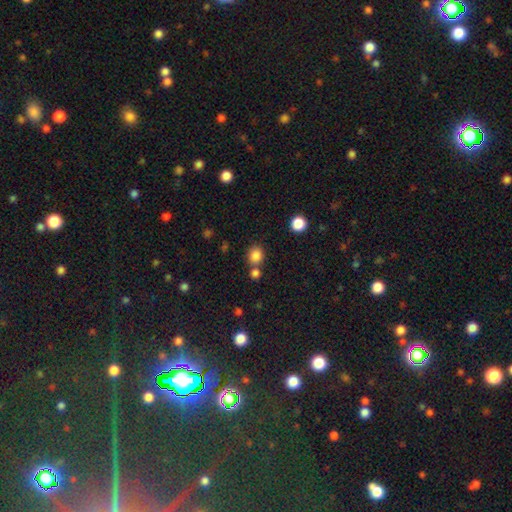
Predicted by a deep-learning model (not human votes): Smooth or featured?
  - smooth: 84% *
  - star or artifact: 12%
  - featured or disk: 5%
How rounded?
  - round: 76% *
  - in between: 23%
  - cigar-shaped: 1%
Merging?
  - none: 65% *
  - merger: 22%
  - minor disturbance: 10%
  - major disturbance: 3%